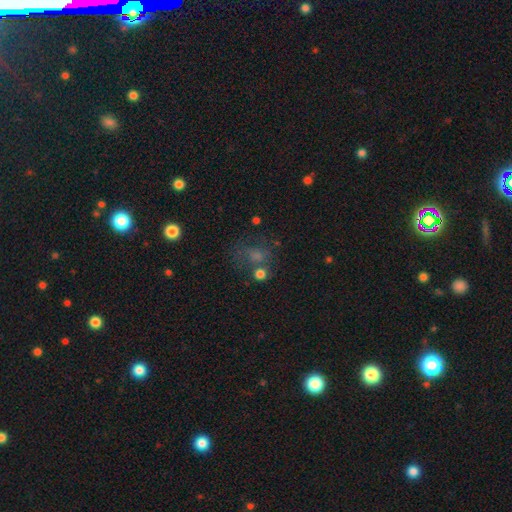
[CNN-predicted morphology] A smooth galaxy with no disk features (52%) that is round (58%). Merging: none (49%).